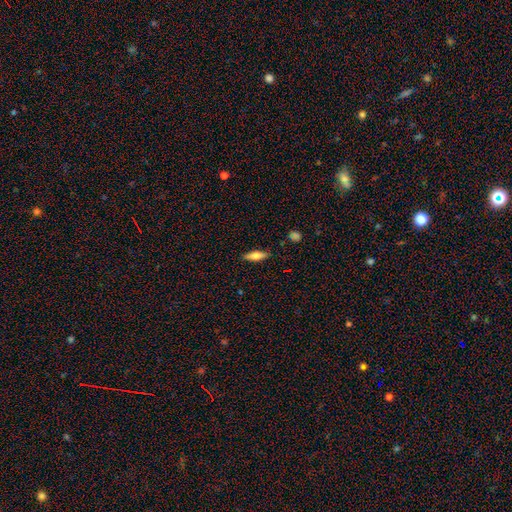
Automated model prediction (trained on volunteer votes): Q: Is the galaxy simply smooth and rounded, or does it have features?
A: smooth — 69%.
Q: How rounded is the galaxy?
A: cigar-shaped — 50%.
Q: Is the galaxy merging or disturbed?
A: none — 87%.